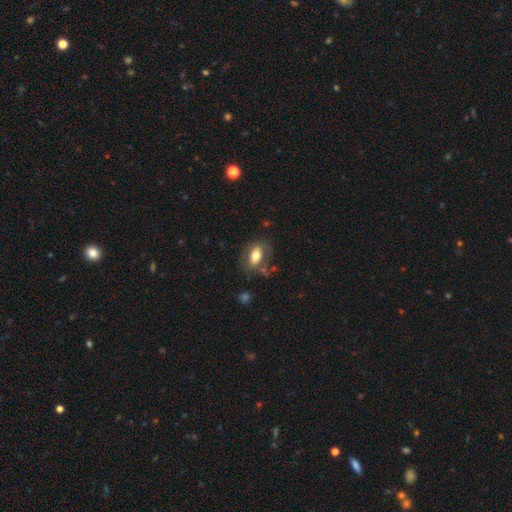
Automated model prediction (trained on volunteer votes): Smooth or featured? smooth (66%)
How rounded? in between (86%)
Merging? none (65%)